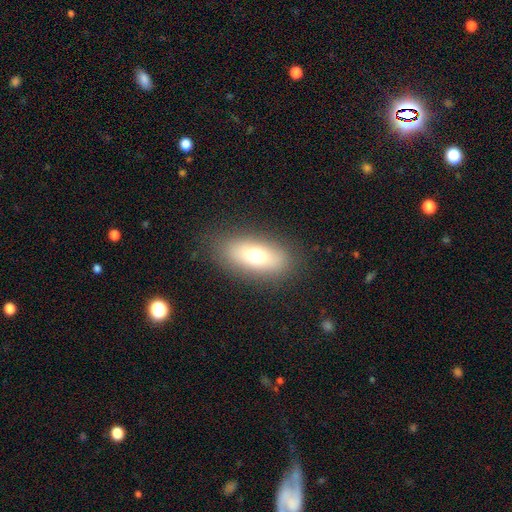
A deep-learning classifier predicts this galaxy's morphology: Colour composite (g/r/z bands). It shows a smooth galaxy with no disk features (70%) that is in between round and cigar-shaped (81%). Merging: none (84%).